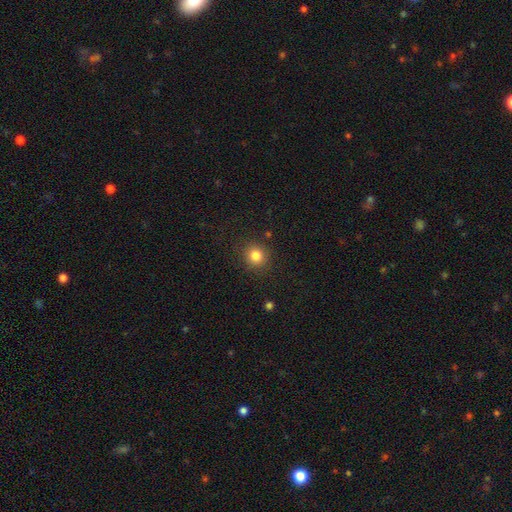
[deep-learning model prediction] This appears to be a smooth galaxy with no disk features (83%) that is round (87%). Merging: none (88%).